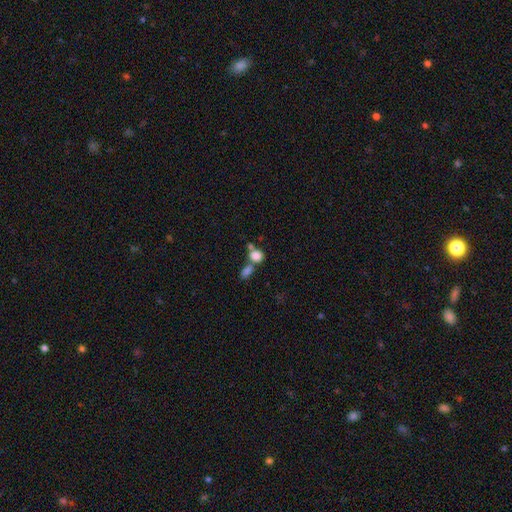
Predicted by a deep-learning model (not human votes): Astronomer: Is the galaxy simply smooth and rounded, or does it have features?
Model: smooth — 81%.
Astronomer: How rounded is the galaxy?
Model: round — 53% (runner-up: in between, 45%).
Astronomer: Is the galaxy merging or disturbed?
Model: merger — 53% (runner-up: none, 33%).